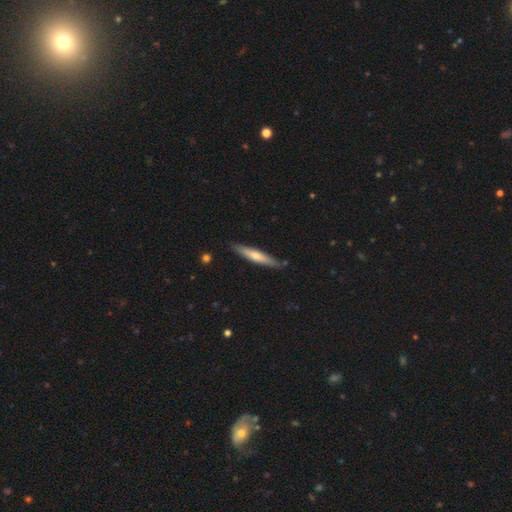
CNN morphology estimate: Q: Smooth or featured?
A: smooth (55%); runner-up: featured or disk (40%)
Q: How rounded?
A: cigar-shaped (91%); runner-up: in between (8%)
Q: Merging?
A: none (85%); runner-up: minor disturbance (11%)